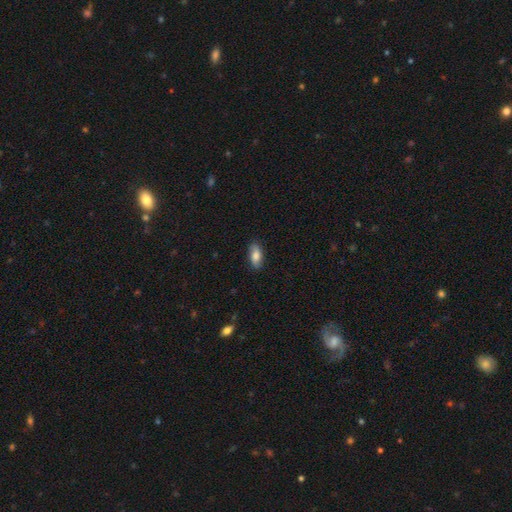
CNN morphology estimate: smooth_or_featured: smooth (p=0.75) [alt: featured or disk p=0.18]
how_rounded: in between (p=0.87) [alt: cigar-shaped p=0.10]
merging: none (p=0.84) [alt: minor disturbance p=0.12]